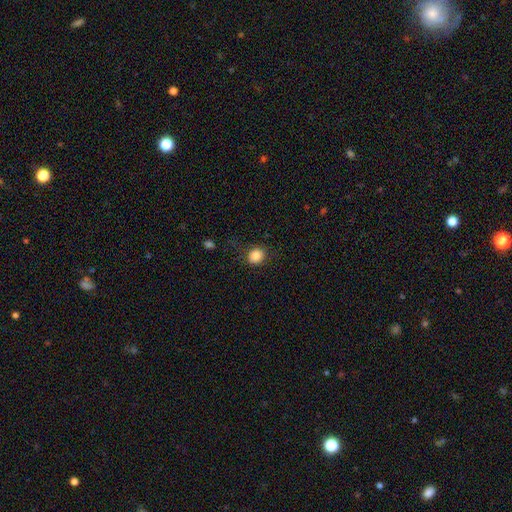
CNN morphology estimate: Overall: smooth (84%). How rounded: round (77%). Merging: none (80%).